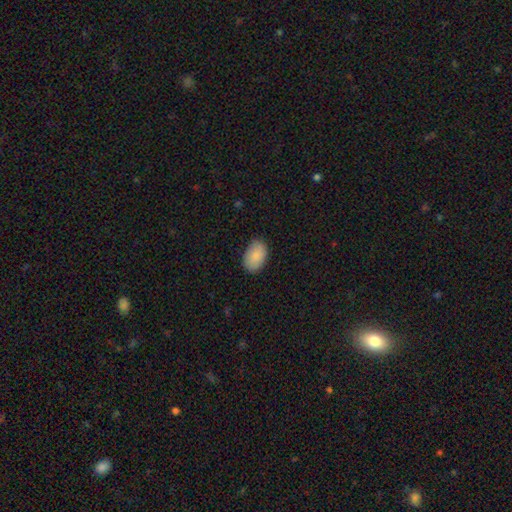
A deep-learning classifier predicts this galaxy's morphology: The model was most divided on "merging": none: 85%, minor disturbance: 12%, major disturbance: 2%, merger: 1%. More confident: how rounded — in between (91%); smooth or featured — smooth (89%).